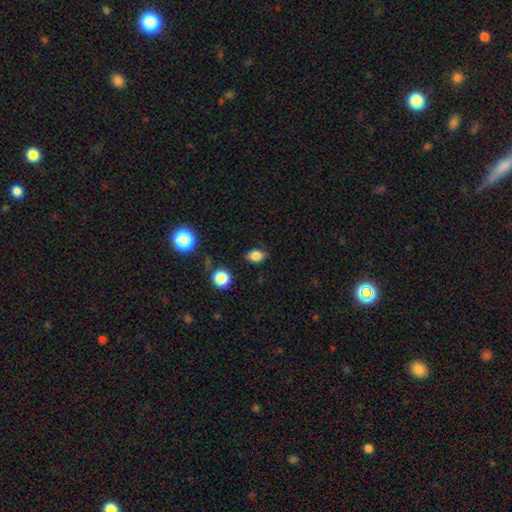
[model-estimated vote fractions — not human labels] smooth 83%, star or artifact 12%, featured or disk 5%. Down the decision tree: how rounded — in between (74%); merging — none (81%).